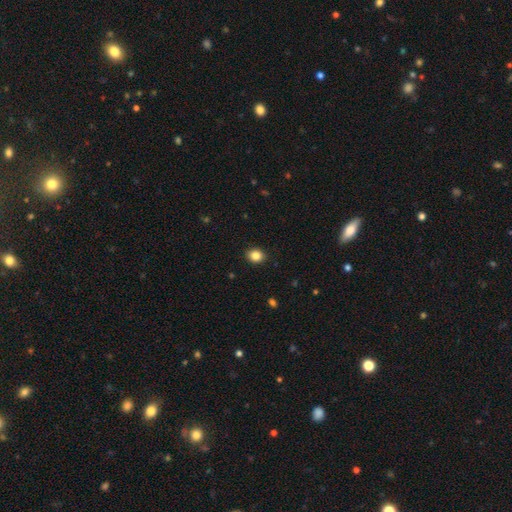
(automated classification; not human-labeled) Smooth or featured?
  - smooth: 85% *
  - star or artifact: 10%
  - featured or disk: 5%
How rounded?
  - round: 58% *
  - in between: 41%
  - cigar-shaped: 1%
Merging?
  - none: 90% *
  - minor disturbance: 7%
  - major disturbance: 2%
  - merger: 1%